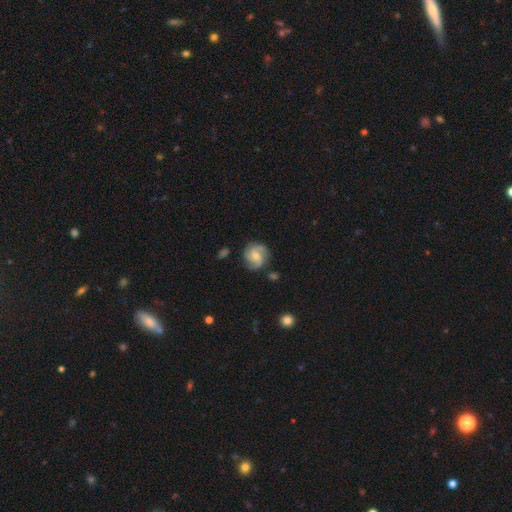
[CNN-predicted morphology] type=featured or disk (77%); edge-on=no (98%); bar=no (60%); spiral arms=yes (96%); winding=medium (49%); arm count=3 (54%); bulge=small (50%); merging=none (77%).